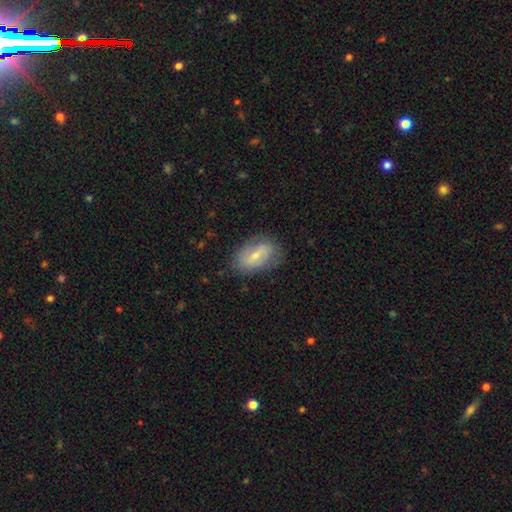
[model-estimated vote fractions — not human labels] smooth-or-featured: smooth: 53% | featured or disk: 39% | star or artifact: 8%
  how-rounded: in between: 87% | round: 9% | cigar-shaped: 4%
  merging: none: 76% | minor disturbance: 18% | major disturbance: 5% | merger: 1%